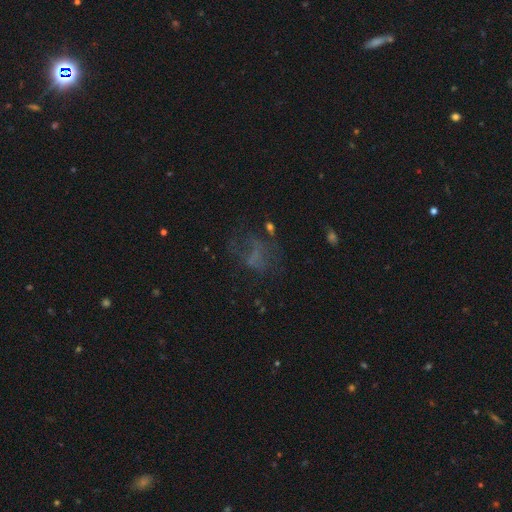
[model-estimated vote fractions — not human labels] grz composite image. It shows a featured or disk galaxy (38%). Merging: none (44%).